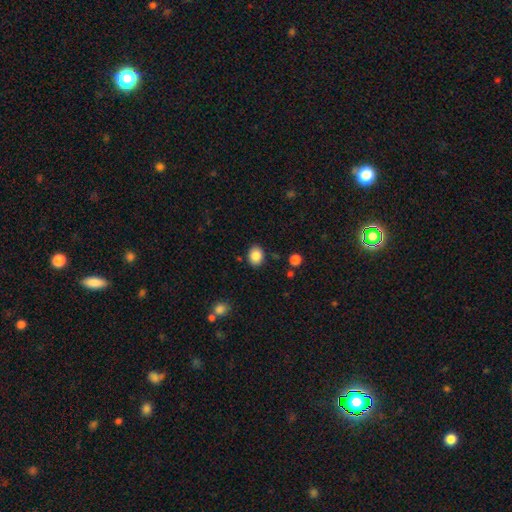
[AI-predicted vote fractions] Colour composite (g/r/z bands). It shows a smooth galaxy with no disk features (86%) that is in between round and cigar-shaped (51%). Merging: none (86%).